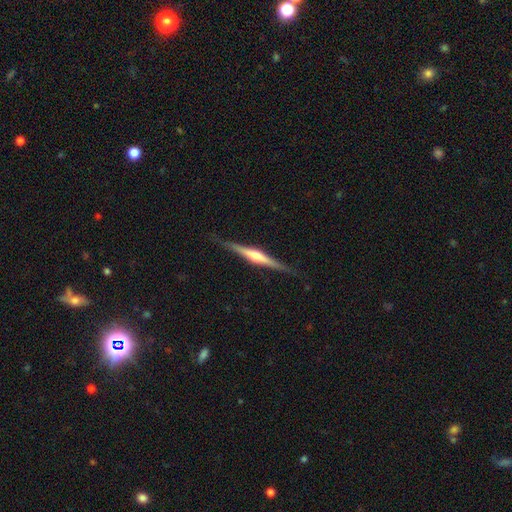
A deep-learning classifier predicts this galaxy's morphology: featured or disk 75%, smooth 20%, star or artifact 5%. Down the decision tree: edge-on disk — yes (98%); edge-on bulge — rounded (81%); merging — none (87%).